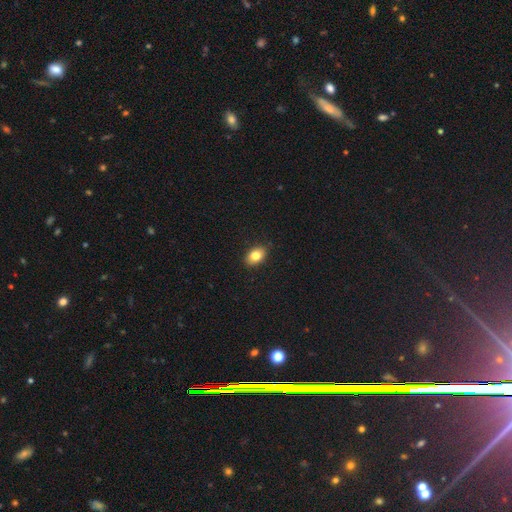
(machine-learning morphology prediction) The model was most divided on "how rounded": in between: 83%, round: 16%, cigar-shaped: 1%. More confident: merging — none (89%); smooth or featured — smooth (82%).